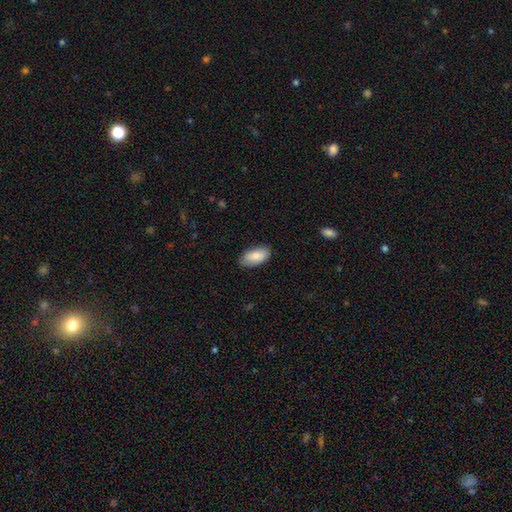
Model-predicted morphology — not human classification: This is clearly a smooth galaxy (82%). How rounded: clearly in between (93%). Merging: clearly none (80%).